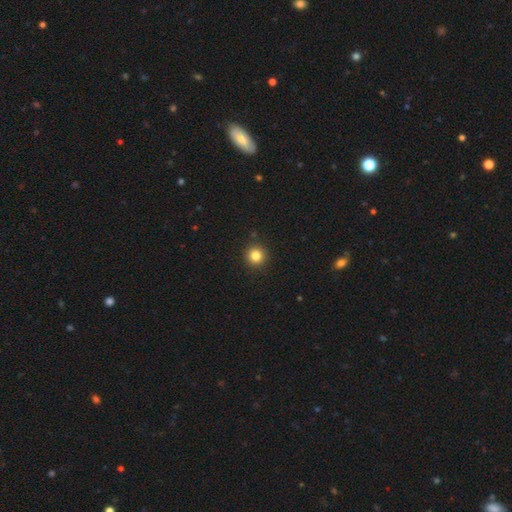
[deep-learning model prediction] The model was most divided on "smooth or featured": smooth: 83%, star or artifact: 12%, featured or disk: 5%. More confident: how rounded — round (95%); merging — none (93%).